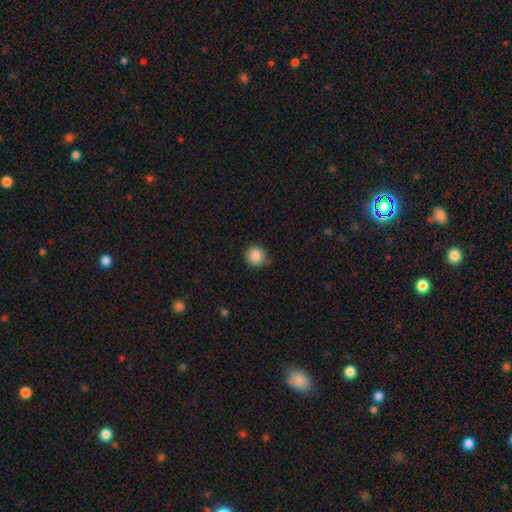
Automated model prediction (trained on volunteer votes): Smooth or featured?
  - smooth: 86% *
  - star or artifact: 10%
  - featured or disk: 4%
How rounded?
  - round: 91% *
  - in between: 8%
  - cigar-shaped: 1%
Merging?
  - none: 80% *
  - minor disturbance: 16%
  - major disturbance: 3%
  - merger: 2%